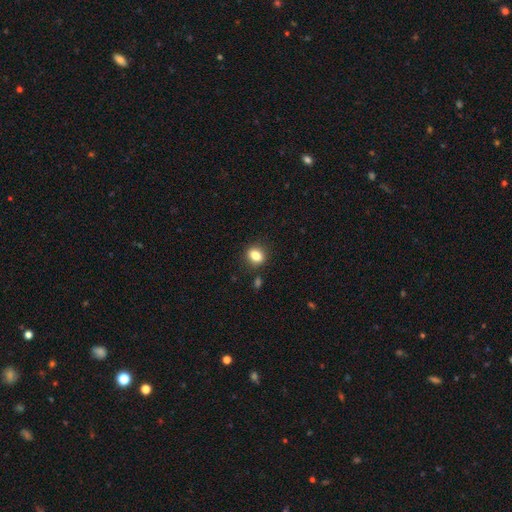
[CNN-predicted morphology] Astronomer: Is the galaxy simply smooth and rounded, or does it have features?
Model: smooth — 82%.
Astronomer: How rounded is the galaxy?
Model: round — 51% (runner-up: in between, 48%).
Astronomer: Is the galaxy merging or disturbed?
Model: none — 86%.